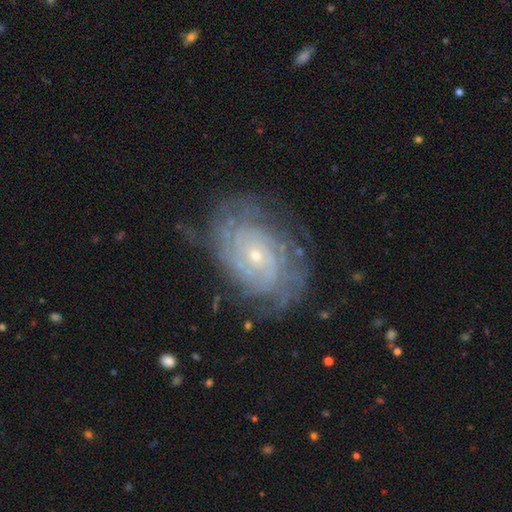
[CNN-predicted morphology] A featured or disk galaxy (84%) with no bar (77%), tight (78%) spiral arms (94%) and a small central bulge (78%). Merging: none (75%).